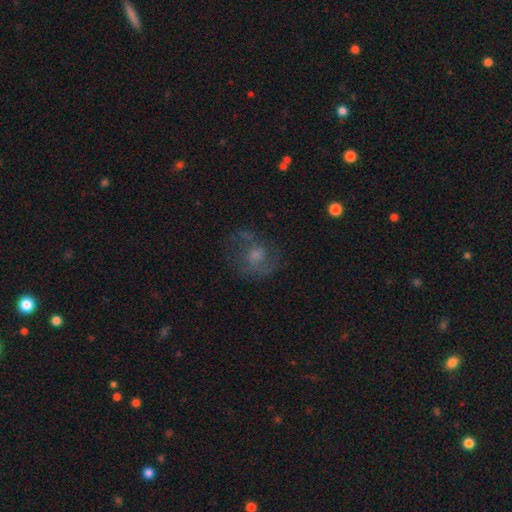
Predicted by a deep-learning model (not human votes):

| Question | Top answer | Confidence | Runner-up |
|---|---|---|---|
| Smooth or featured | featured or disk | 52% | smooth (32%) |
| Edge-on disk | no | 96% | yes (4%) |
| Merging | none | 62% | minor disturbance (18%) |